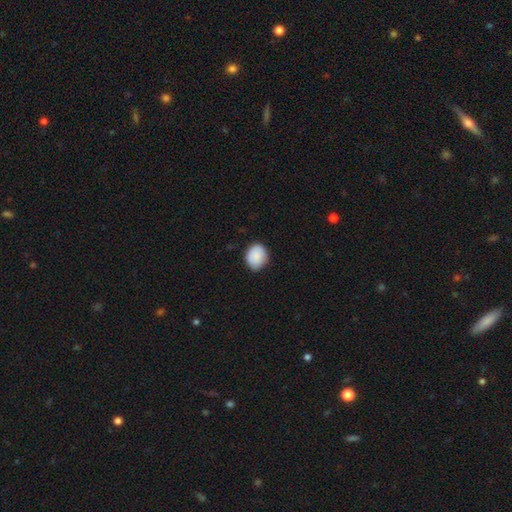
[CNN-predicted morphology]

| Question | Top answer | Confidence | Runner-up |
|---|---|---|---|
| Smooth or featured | smooth | 88% | star or artifact (7%) |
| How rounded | round | 53% | in between (46%) |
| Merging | none | 80% | minor disturbance (16%) |